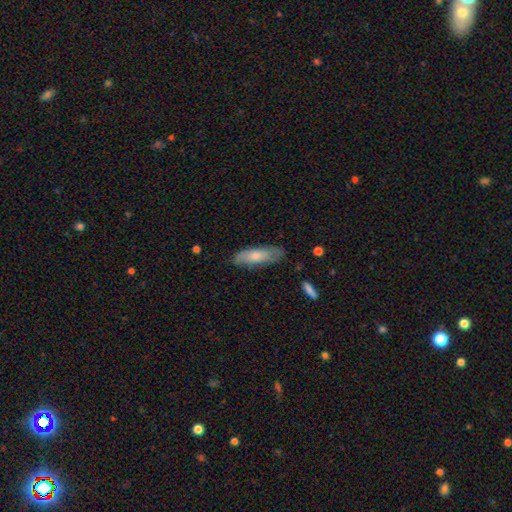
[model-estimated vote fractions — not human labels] Smooth or featured: smooth — 60% (featured or disk — 33%)
How rounded: cigar-shaped — 54% (in between — 44%)
Merging: none — 77% (minor disturbance — 18%)